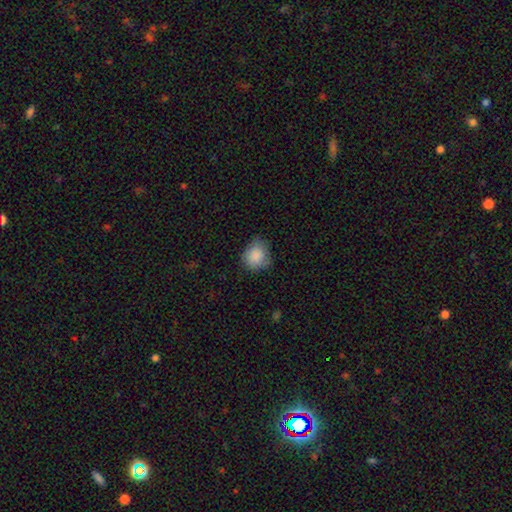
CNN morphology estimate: smooth_or_featured: smooth (p=0.87) [alt: star or artifact p=0.07]
how_rounded: round (p=0.73) [alt: in between p=0.26]
merging: none (p=0.65) [alt: minor disturbance p=0.28]